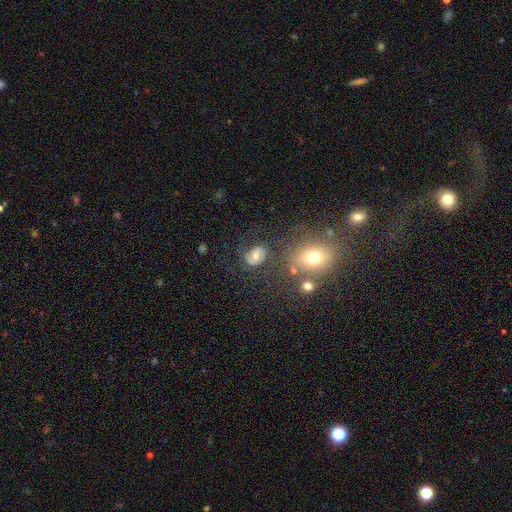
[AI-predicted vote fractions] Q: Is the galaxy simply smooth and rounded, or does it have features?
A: featured or disk — 45%.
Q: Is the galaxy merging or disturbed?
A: none — 59%.